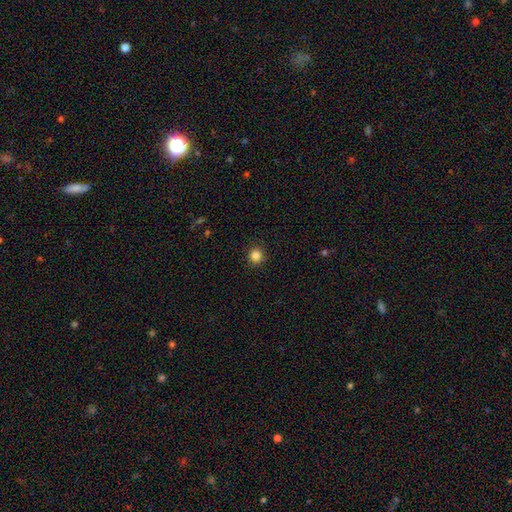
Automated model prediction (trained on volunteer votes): Smooth or featured? smooth (85%)
How rounded? round (90%)
Merging? none (90%)